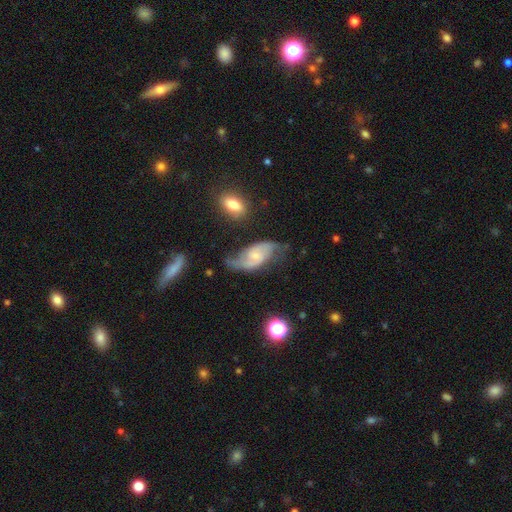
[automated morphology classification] This is clearly a featured or disk galaxy (81%). It is clearly not viewed edge-on (96%). Bar: possibly no (51%). Spiral arm pattern: clearly yes (94%). Spiral arm count: clearly 2 (90%). Spiral winding: possibly loose (54%). Central bulge: likely small (64%). Merging: possibly none (57%).